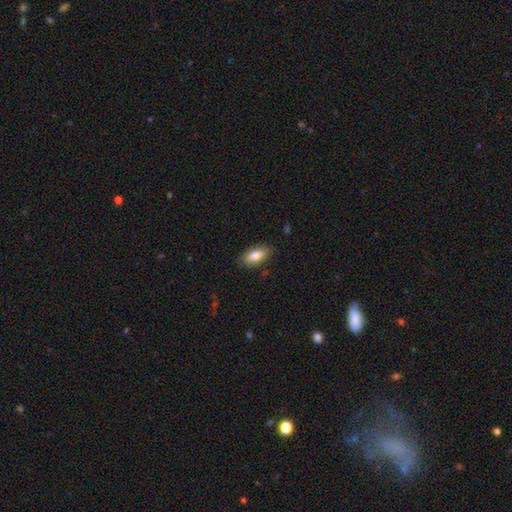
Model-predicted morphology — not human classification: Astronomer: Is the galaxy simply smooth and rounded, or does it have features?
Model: smooth — 80%.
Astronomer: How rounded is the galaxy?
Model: in between — 89%.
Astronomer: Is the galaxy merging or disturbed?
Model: none — 83%.